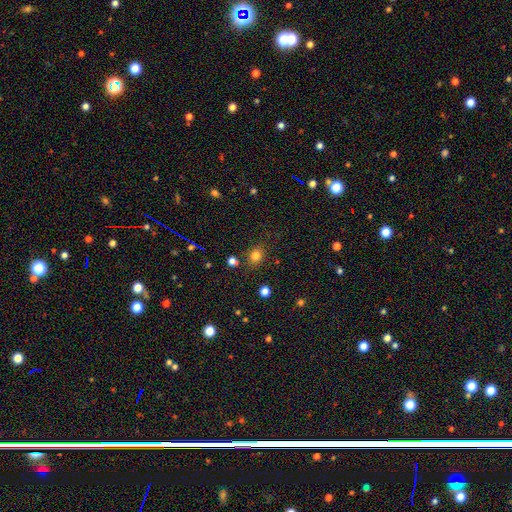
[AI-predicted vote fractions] This appears to be a smooth galaxy with no disk features (80%) that is round (60%). Merging: none (80%).